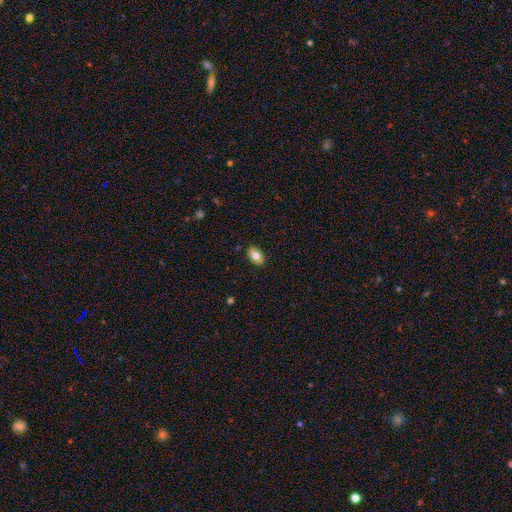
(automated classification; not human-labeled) Smooth or featured: smooth — 74% (featured or disk — 18%)
How rounded: in between — 88% (round — 11%)
Merging: none — 87% (minor disturbance — 10%)